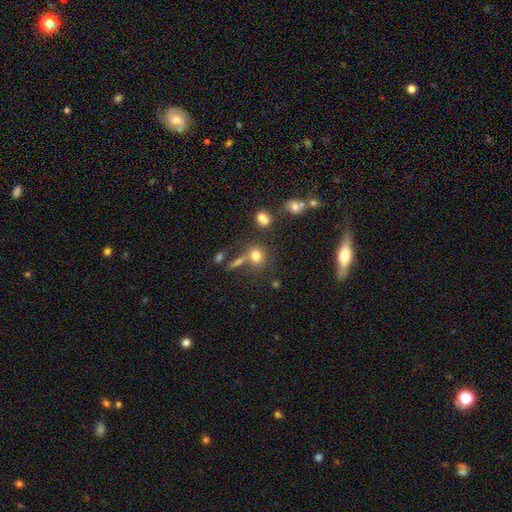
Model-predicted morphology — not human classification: The model was most divided on "merging": none: 66%, merger: 17%, minor disturbance: 11%, major disturbance: 5%. More confident: how rounded — round (79%); smooth or featured — smooth (75%).